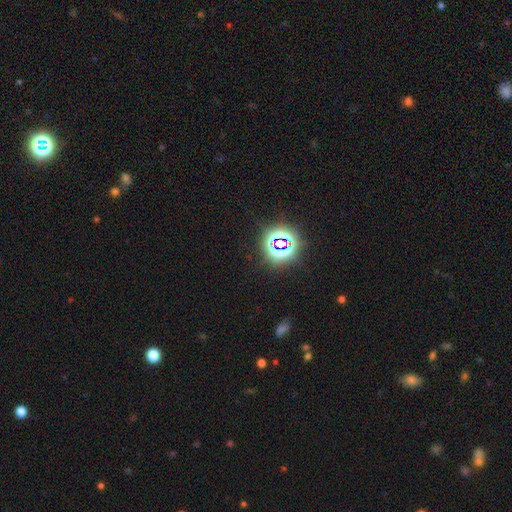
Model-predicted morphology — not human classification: type=star or artifact (81%).